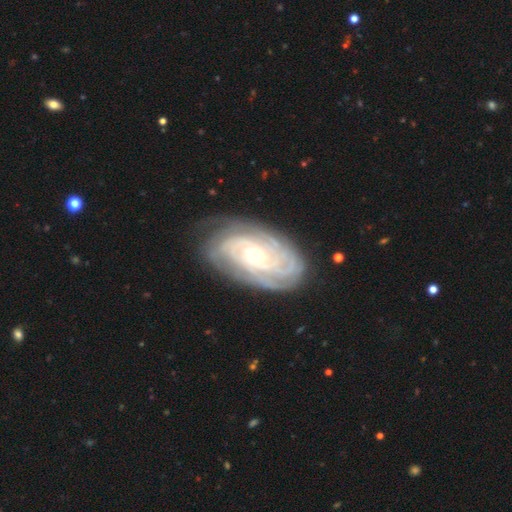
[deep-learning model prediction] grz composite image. It shows a featured or disk galaxy (87%) with no bar (67%), tight (81%) spiral arms (97%) and a small central bulge (48%). Merging: none (78%).